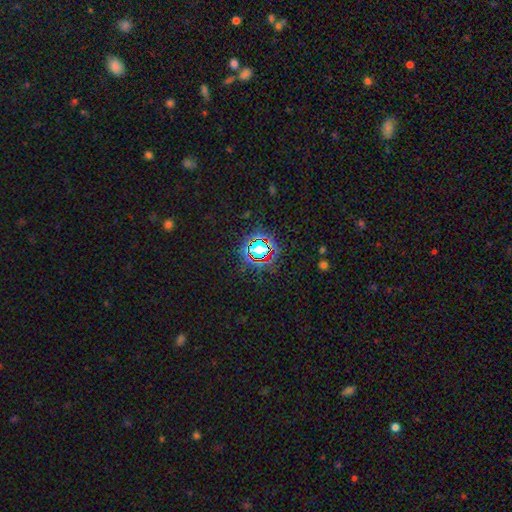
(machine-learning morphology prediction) star or artifact 73%, smooth 17%, featured or disk 10%.